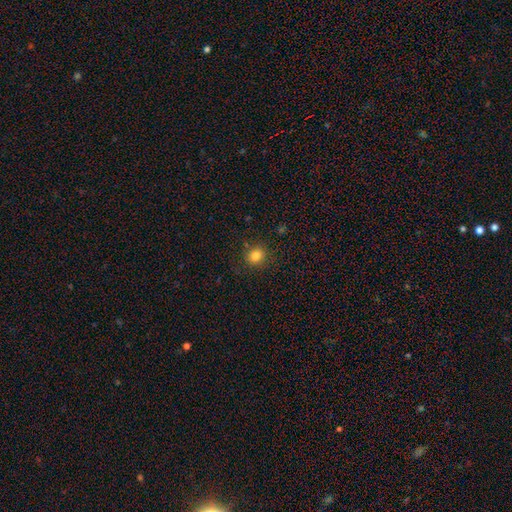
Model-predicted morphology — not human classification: type=smooth (82%); roundness=round (75%); merging=none (84%).